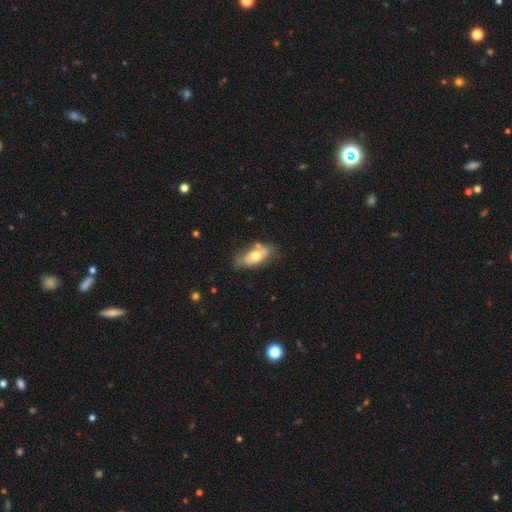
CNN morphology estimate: A smooth galaxy with no disk features (56%) that is in between round and cigar-shaped (86%). Merging: none (69%).